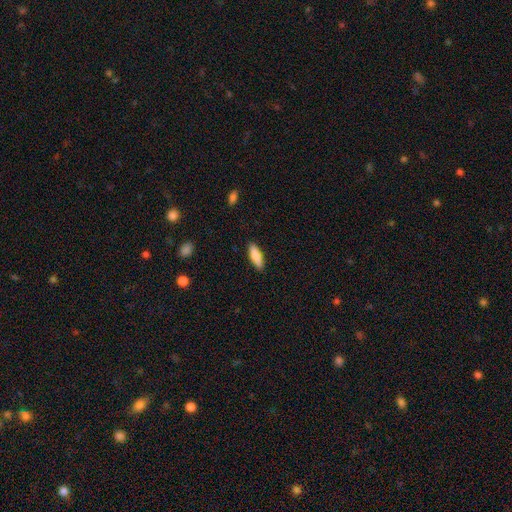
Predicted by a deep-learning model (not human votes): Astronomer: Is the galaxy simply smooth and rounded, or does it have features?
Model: smooth — 84%.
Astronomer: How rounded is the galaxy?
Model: in between — 55% (runner-up: cigar-shaped, 43%).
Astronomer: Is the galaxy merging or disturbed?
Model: none — 89%.